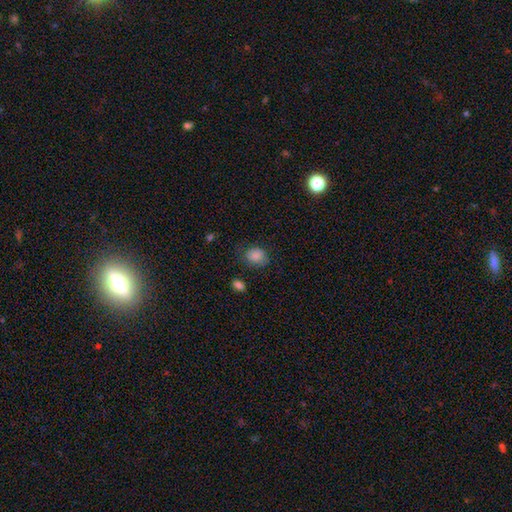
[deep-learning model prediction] The model was most divided on "how rounded": in between: 50%, round: 49%, cigar-shaped: 1%. More confident: smooth or featured — smooth (85%); merging — none (67%).